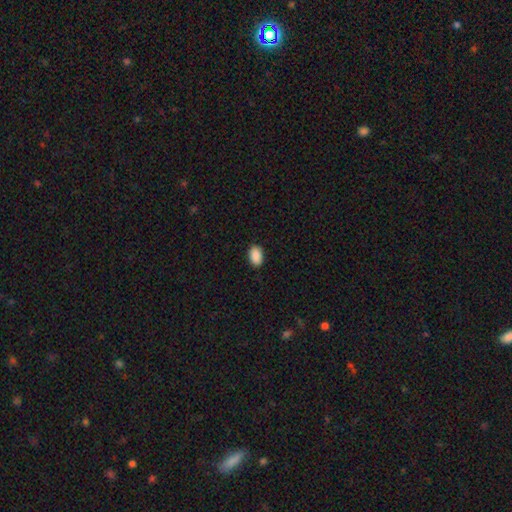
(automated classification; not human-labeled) smooth-or-featured: smooth: 90% | star or artifact: 7% | featured or disk: 3%
  how-rounded: in between: 89% | round: 9% | cigar-shaped: 1%
  merging: none: 89% | minor disturbance: 8% | major disturbance: 2% | merger: 1%